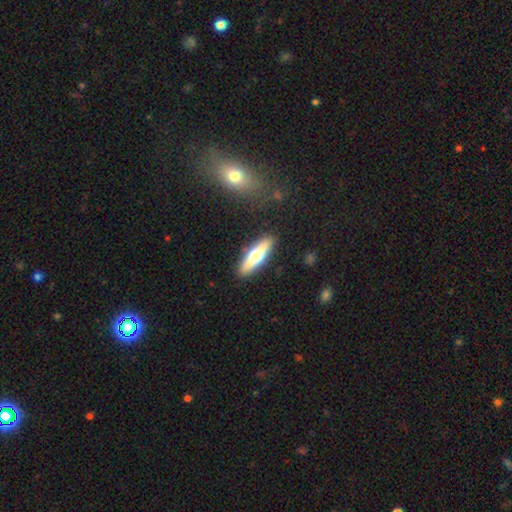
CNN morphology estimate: Smooth or featured: featured or disk — 48% (smooth — 46%)
Merging: none — 89% (minor disturbance — 8%)